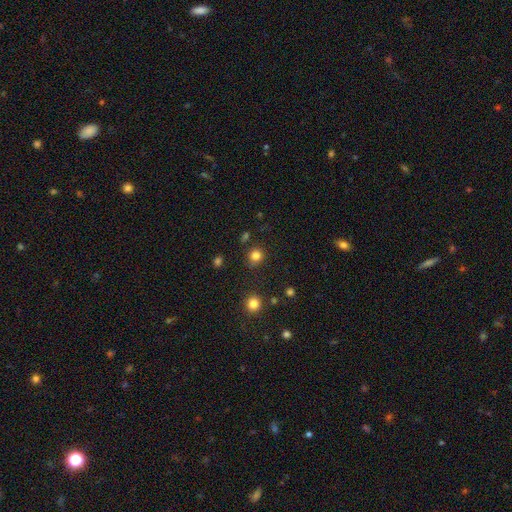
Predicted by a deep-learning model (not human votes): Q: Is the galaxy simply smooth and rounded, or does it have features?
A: smooth — 82%.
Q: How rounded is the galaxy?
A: round — 86%.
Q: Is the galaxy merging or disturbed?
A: none — 82%.